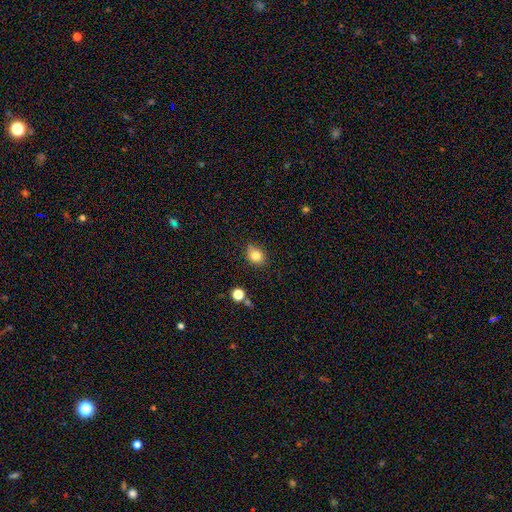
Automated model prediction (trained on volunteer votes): This is clearly a smooth galaxy (82%). How rounded: possibly in between (50%). Merging: likely none (74%).